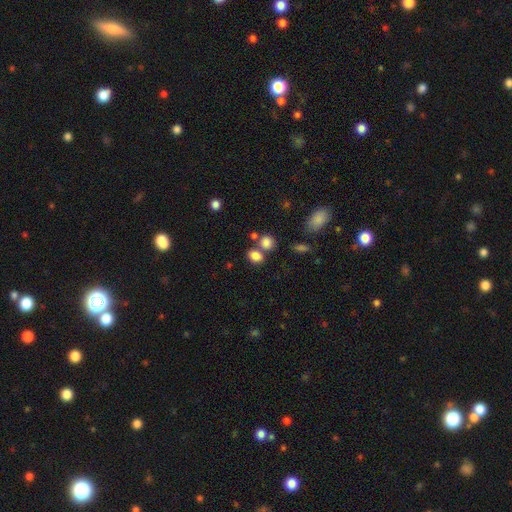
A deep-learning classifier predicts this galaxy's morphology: Smooth or featured? Predicted: smooth (p=0.82). How rounded? Predicted: in between (p=0.65). Merging? Predicted: none (p=0.56).